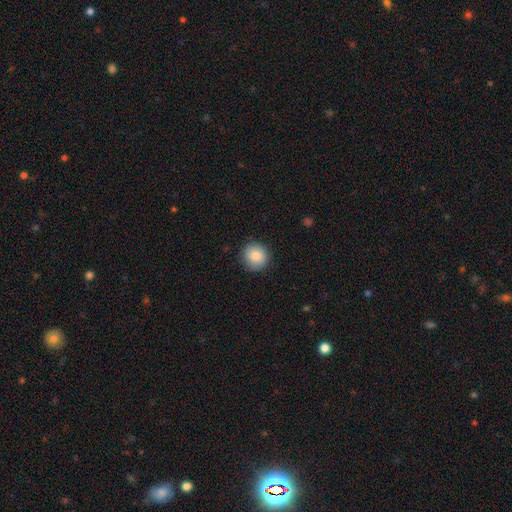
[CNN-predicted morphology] Smooth or featured? Predicted: smooth (p=0.86). How rounded? Predicted: round (p=0.92). Merging? Predicted: none (p=0.89).